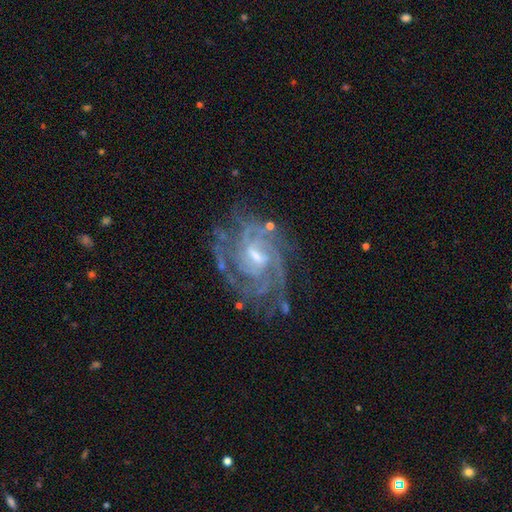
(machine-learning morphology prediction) Overall: featured or disk (90%). Edge-on disk: no (97%). Bar: weak (54%; no 31%). Spiral arms: yes (98%). Spiral arm count: can't tell (24%; 3 23%). Spiral winding: tight (62%; medium 33%). Bulge size: small (53%; moderate 41%). Merging: none (71%).